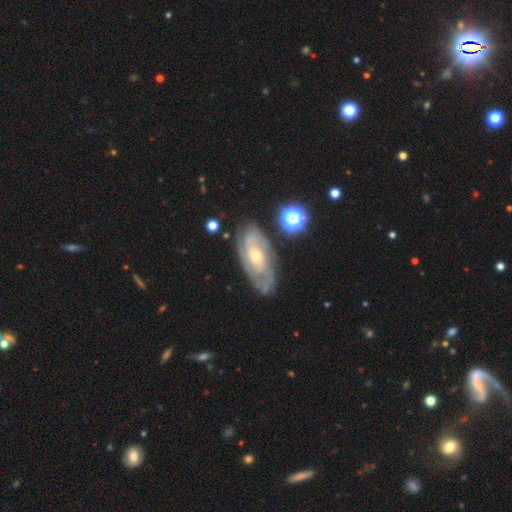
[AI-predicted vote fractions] The model was most divided on "bulge size": moderate: 55%, small: 41%, large: 2%, none: 1%, dominant: 1%. Remaining: edge-on disk — no (92%); spiral arms — yes (91%); smooth or featured — featured or disk (80%); merging — none (72%); bar — no (64%); spiral winding — tight (61%); spiral arm count — can't tell (44%).